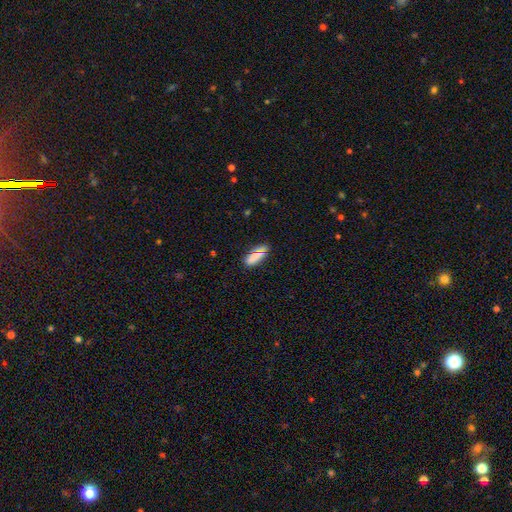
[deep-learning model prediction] Smooth or featured? smooth (78%)
How rounded? in between (73%)
Merging? none (81%)